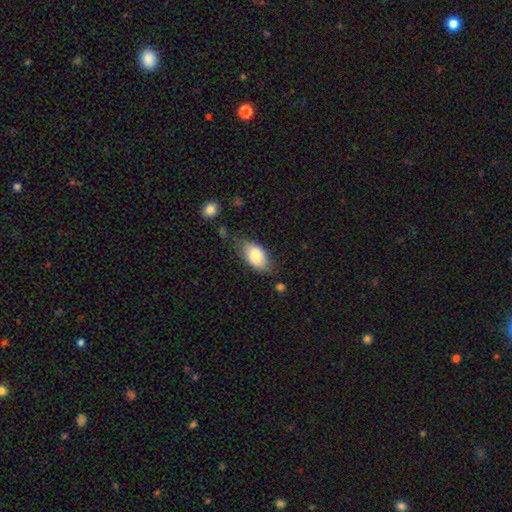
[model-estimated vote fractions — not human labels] This appears to be a smooth galaxy with no disk features (80%) that is in between round and cigar-shaped (91%). Merging: none (57%).